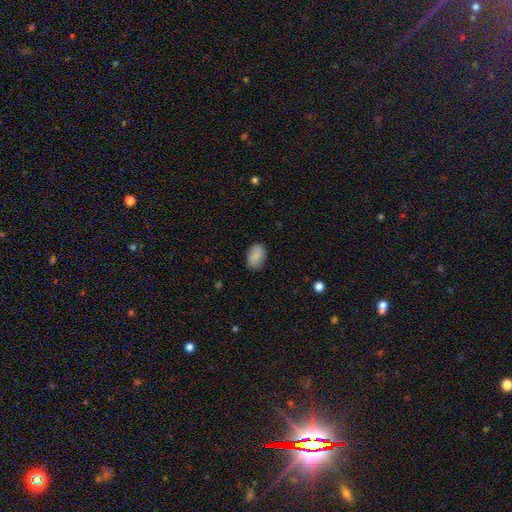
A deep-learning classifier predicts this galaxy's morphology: A smooth galaxy with no disk features (88%) that is in between round and cigar-shaped (88%).

Vote fractions:
- Smooth or featured? smooth: 88% / star or artifact: 7% / featured or disk: 5%
- How rounded? in between: 88% / round: 11% / cigar-shaped: 1%
- Merging? none: 84% / minor disturbance: 12% / major disturbance: 3% / merger: 1%